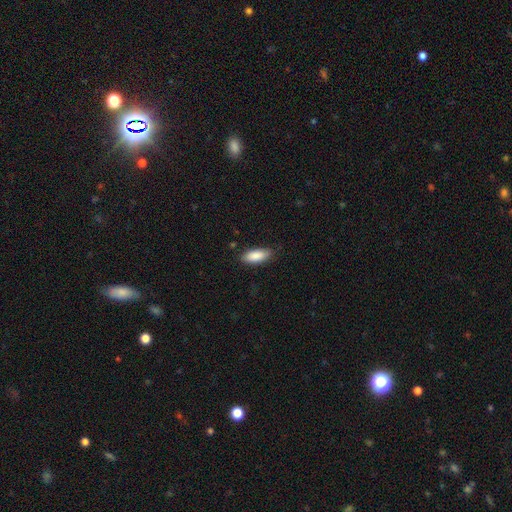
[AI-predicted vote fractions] The model was most divided on "merging": none: 80%, minor disturbance: 16%, major disturbance: 3%, merger: 1%. More confident: smooth or featured — smooth (88%); how rounded — in between (82%).